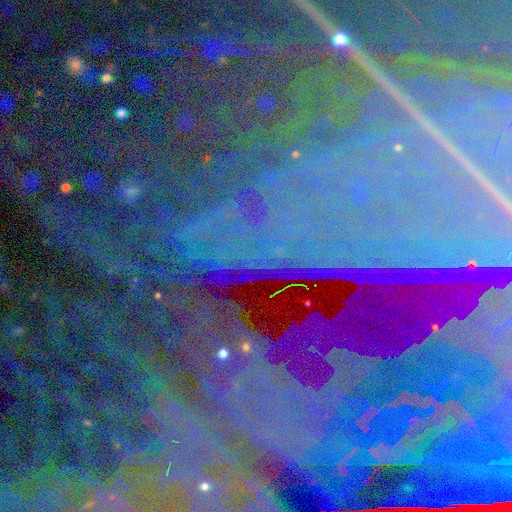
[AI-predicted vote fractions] smooth-or-featured: star or artifact: 86% | featured or disk: 7% | smooth: 6%